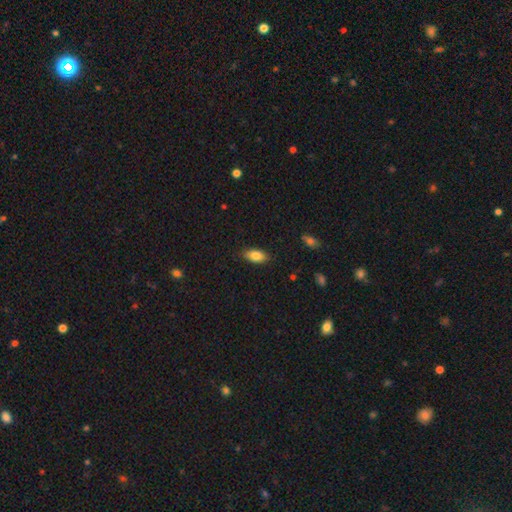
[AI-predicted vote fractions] Overall: smooth (83%). How rounded: in between (89%). Merging: none (85%).